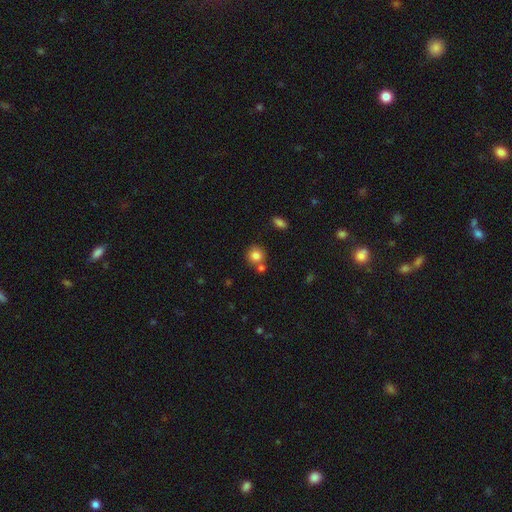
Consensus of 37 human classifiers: Smooth or featured: smooth — 97% (star or artifact — 3%)
How rounded: round — 89% (in between — 11%)
Merging: none — 58% (merger — 28%)